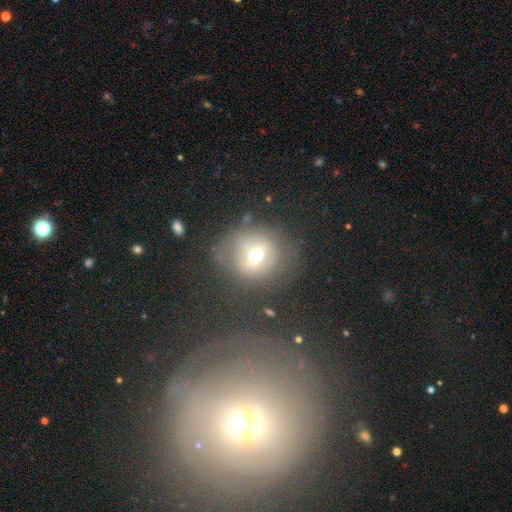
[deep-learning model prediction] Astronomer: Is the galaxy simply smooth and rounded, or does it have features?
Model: smooth — 51% (runner-up: featured or disk, 35%).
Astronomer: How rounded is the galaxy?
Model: round — 86%.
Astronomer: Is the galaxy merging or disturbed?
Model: none — 66%.